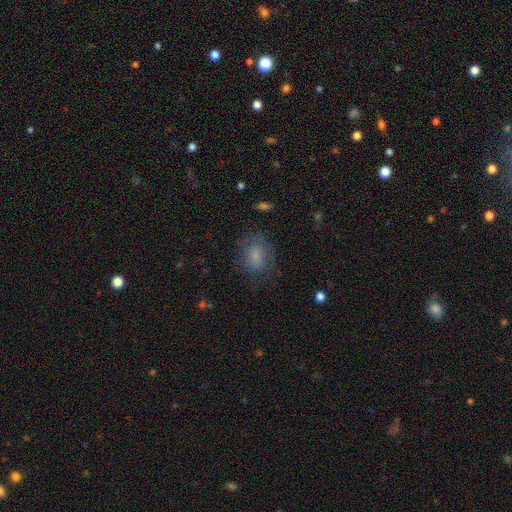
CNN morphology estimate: Smooth or featured? smooth (67%)
How rounded? in between (60%)
Merging? none (65%)